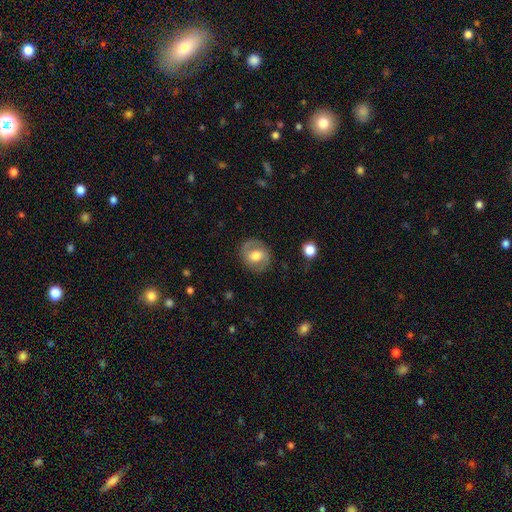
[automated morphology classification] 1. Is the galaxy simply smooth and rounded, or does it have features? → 53% featured or disk, 39% smooth, 7% star or artifact.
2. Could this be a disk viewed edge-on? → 96% no, 4% yes.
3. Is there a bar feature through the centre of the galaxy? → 42% weak, 39% no, 19% strong.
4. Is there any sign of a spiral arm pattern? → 72% yes, 28% no.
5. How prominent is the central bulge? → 62% moderate, 24% large, 10% small, 2% dominant, 2% none.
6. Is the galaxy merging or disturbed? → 81% none, 12% minor disturbance, 6% major disturbance, 1% merger.